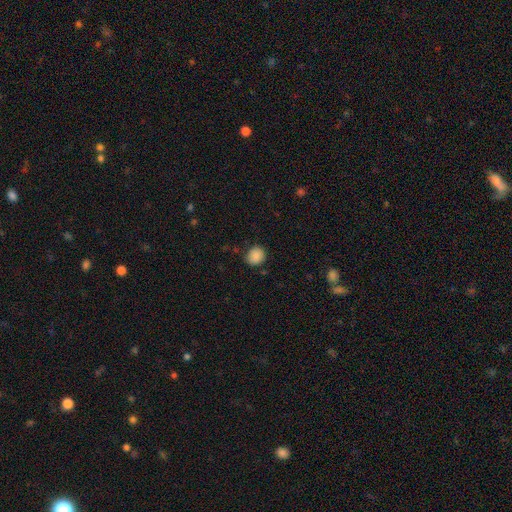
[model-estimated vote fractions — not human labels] Q: Smooth or featured?
A: smooth (87%); runner-up: star or artifact (9%)
Q: How rounded?
A: round (79%); runner-up: in between (21%)
Q: Merging?
A: none (83%); runner-up: minor disturbance (13%)